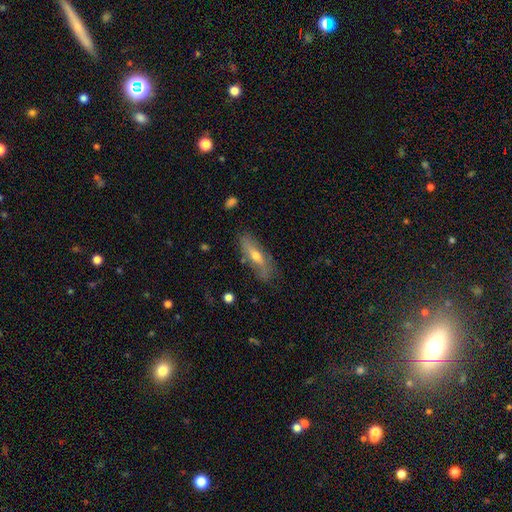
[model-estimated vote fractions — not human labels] Smooth or featured? Predicted: featured or disk (p=0.52). Edge-on disk? Predicted: yes (p=0.57). Merging? Predicted: none (p=0.79).